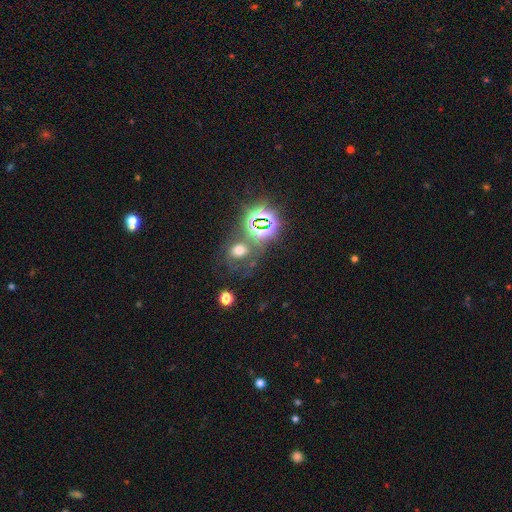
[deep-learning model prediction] smooth-or-featured: star or artifact: 68% | smooth: 22% | featured or disk: 11%